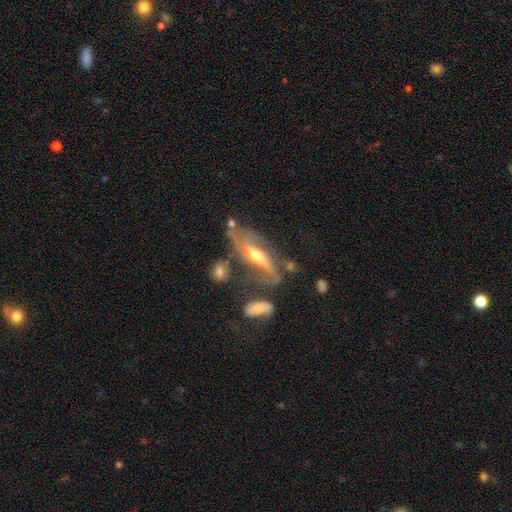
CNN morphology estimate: smooth_or_featured: featured or disk (p=0.76) [alt: smooth p=0.17]
disk_edge_on: no (p=0.68) [alt: yes p=0.32]
bar: strong (p=0.35) [alt: weak p=0.34]
has_spiral_arms: yes (p=0.81) [alt: no p=0.19]
bulge_size: moderate (p=0.64) [alt: small p=0.21]
merging: none (p=0.45) [alt: minor disturbance p=0.22]